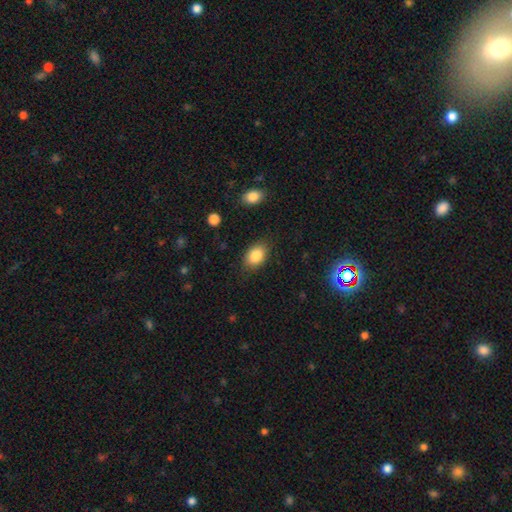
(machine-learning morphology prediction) smooth 85%, star or artifact 8%, featured or disk 7%. Down the decision tree: how rounded — in between (83%); merging — none (81%).